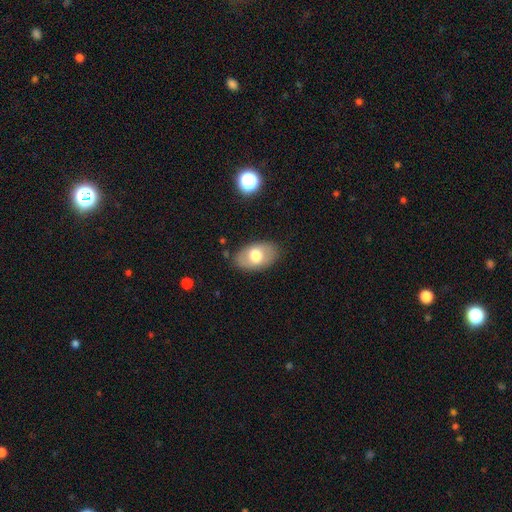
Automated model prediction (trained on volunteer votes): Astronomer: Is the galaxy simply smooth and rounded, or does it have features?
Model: smooth — 64%.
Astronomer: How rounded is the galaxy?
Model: in between — 91%.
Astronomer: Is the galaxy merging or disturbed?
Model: none — 83%.